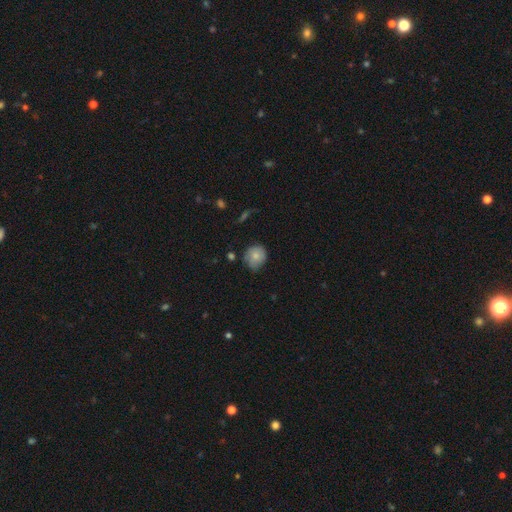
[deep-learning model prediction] Morphology: type=smooth (77%); roundness=round (82%); merging=none (58%).